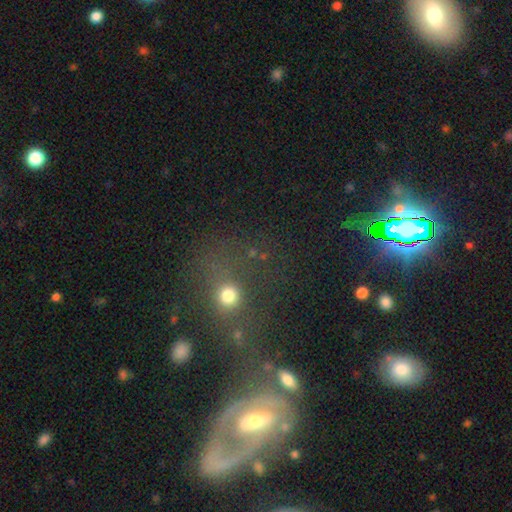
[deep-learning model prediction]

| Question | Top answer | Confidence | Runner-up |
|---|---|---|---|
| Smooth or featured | star or artifact | 34% | featured or disk (33%) |